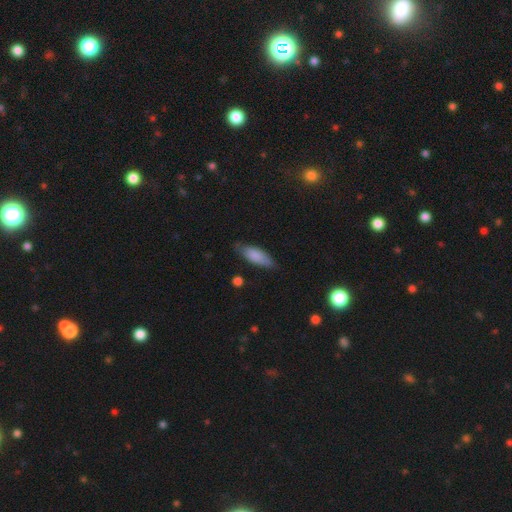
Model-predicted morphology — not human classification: The model was most divided on "how rounded": in between: 65%, cigar-shaped: 33%, round: 2%. More confident: smooth or featured — smooth (82%); merging — none (75%).